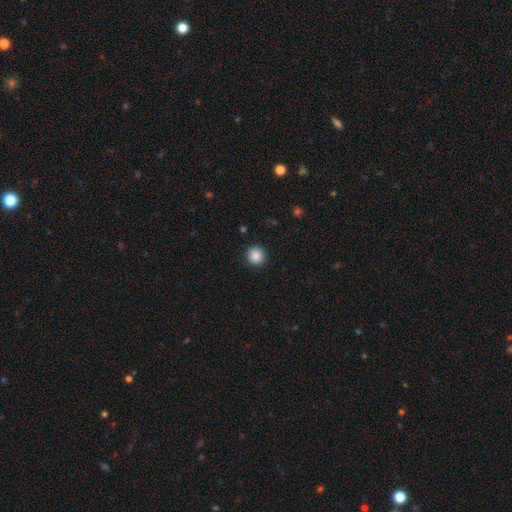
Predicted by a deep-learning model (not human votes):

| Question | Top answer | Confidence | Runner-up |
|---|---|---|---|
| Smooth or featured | smooth | 88% | star or artifact (10%) |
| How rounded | round | 94% | in between (5%) |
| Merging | none | 91% | minor disturbance (6%) |